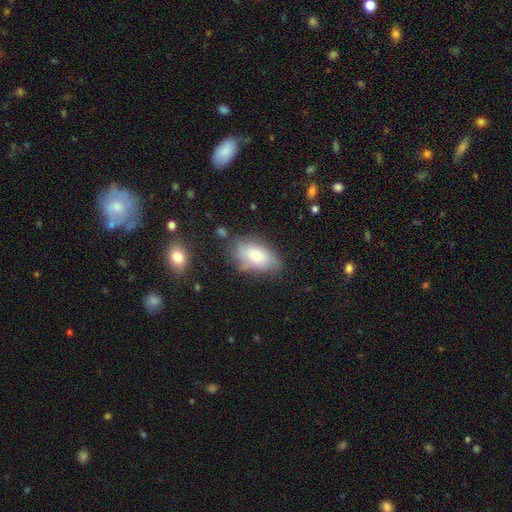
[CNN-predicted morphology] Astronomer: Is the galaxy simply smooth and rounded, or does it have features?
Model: smooth — 75%.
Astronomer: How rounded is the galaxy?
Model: in between — 92%.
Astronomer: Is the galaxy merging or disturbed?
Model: none — 62%.